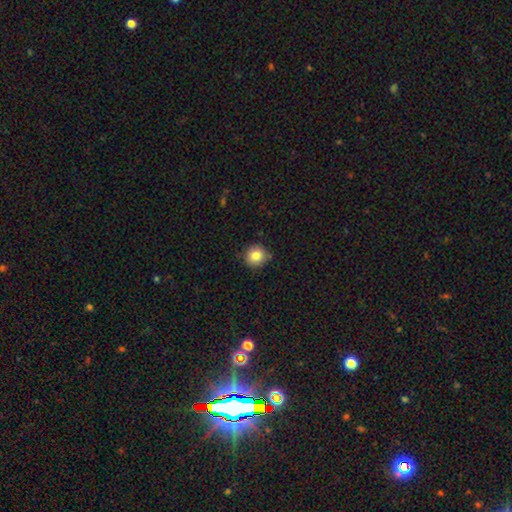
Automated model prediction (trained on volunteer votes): smooth-or-featured: smooth: 83% | star or artifact: 10% | featured or disk: 7%
  how-rounded: round: 92% | in between: 7% | cigar-shaped: 1%
  merging: none: 84% | minor disturbance: 12% | major disturbance: 2% | merger: 2%